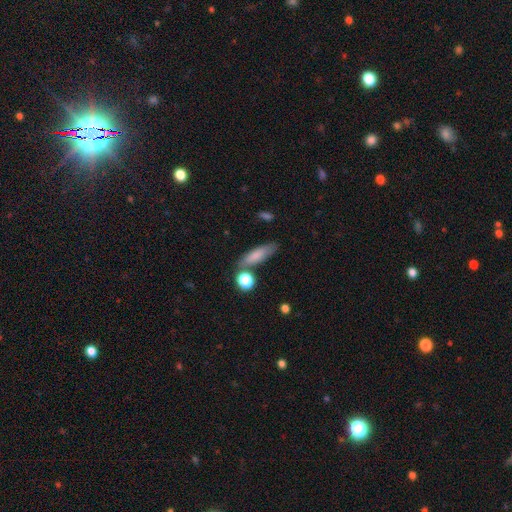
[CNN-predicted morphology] The model was most divided on "how rounded": cigar-shaped: 52%, in between: 44%, round: 4%. More confident: smooth or featured — smooth (79%); merging — none (70%).